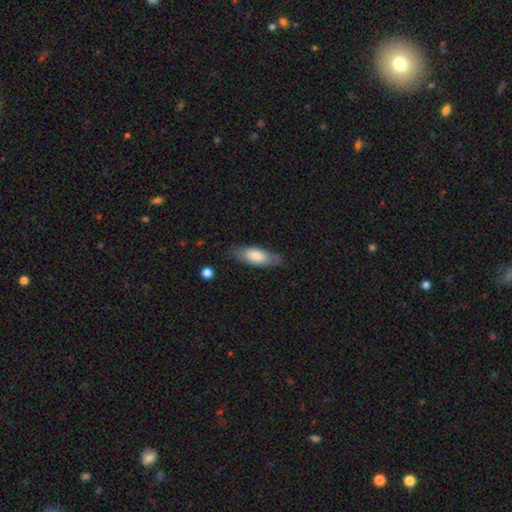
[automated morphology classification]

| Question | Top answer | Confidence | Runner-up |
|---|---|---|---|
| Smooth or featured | smooth | 74% | featured or disk (20%) |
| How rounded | in between | 68% | cigar-shaped (30%) |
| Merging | none | 78% | minor disturbance (16%) |